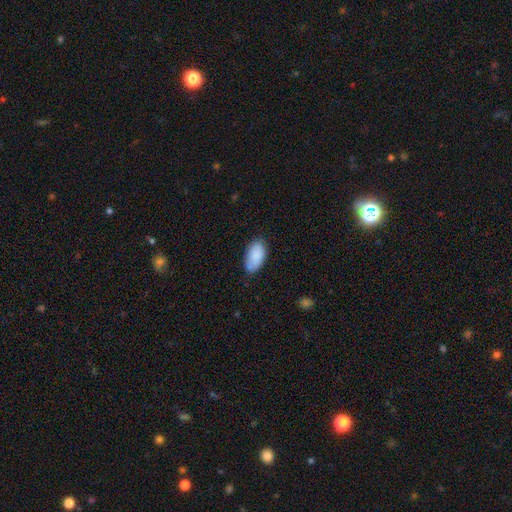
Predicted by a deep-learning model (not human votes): Smooth or featured: smooth — 86% (featured or disk — 8%)
How rounded: in between — 95% (round — 3%)
Merging: none — 73% (minor disturbance — 21%)